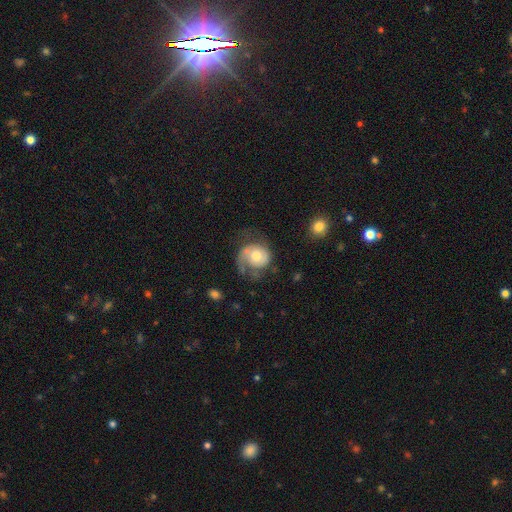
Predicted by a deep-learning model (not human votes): This is likely a featured or disk galaxy (61%). It is clearly not viewed edge-on (98%). Bar: likely no (76%). Spiral arm pattern: clearly yes (86%). Spiral arm count: possibly 1 (48%). Spiral winding: marginally medium (40%). Central bulge: likely moderate (62%). Merging: marginally none (43%).